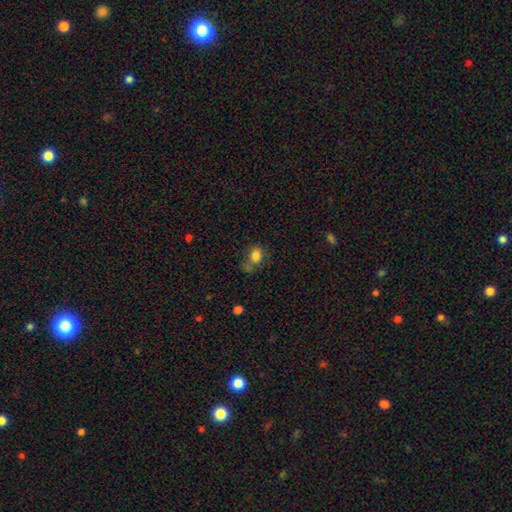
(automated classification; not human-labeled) Smooth or featured? smooth (81%)
How rounded? in between (55%)
Merging? none (52%)